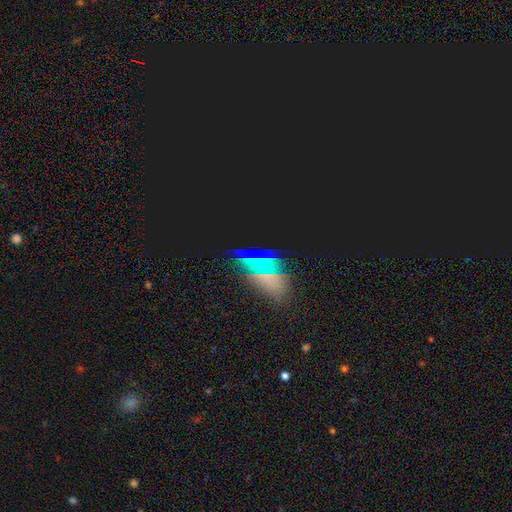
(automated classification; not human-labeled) Morphology: type=star or artifact (70%).